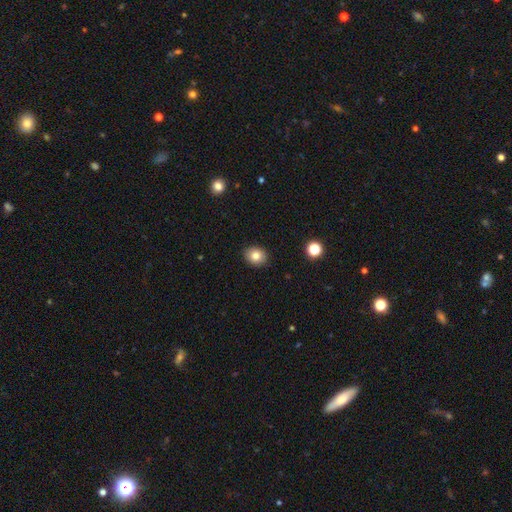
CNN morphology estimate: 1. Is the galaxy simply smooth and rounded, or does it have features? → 82% smooth, 10% star or artifact, 8% featured or disk.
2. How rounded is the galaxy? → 57% round, 42% in between, 1% cigar-shaped.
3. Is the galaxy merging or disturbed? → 90% none, 7% minor disturbance, 2% major disturbance, 1% merger.